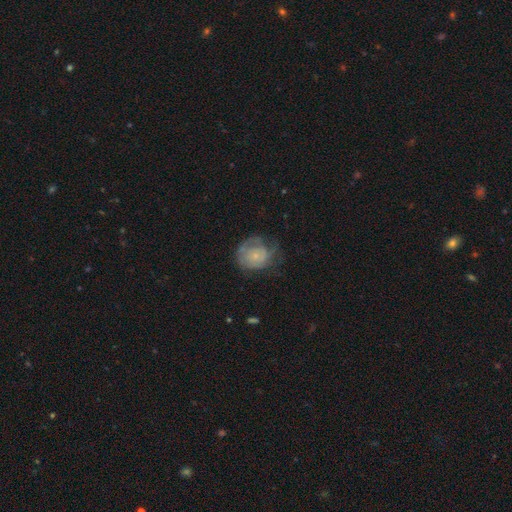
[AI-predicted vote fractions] This appears to be a smooth galaxy with no disk features (46%, tied with featured or disk). Merging: none (43%).